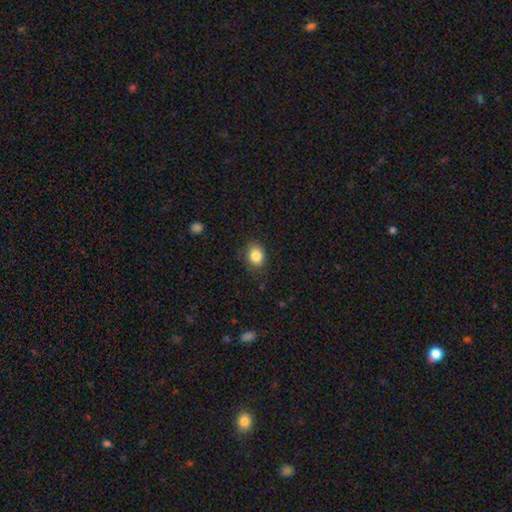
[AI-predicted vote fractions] smooth 85%, star or artifact 9%, featured or disk 6%. Down the decision tree: how rounded — round (52%); merging — none (82%).